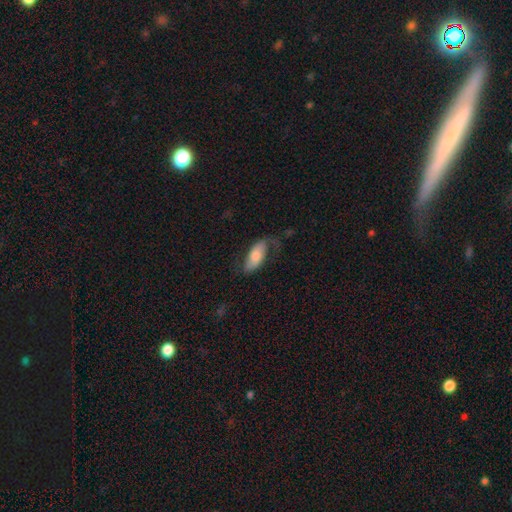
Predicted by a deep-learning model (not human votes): Smooth or featured: smooth — 55% (featured or disk — 39%)
How rounded: in between — 83% (cigar-shaped — 14%)
Merging: none — 53% (minor disturbance — 25%)